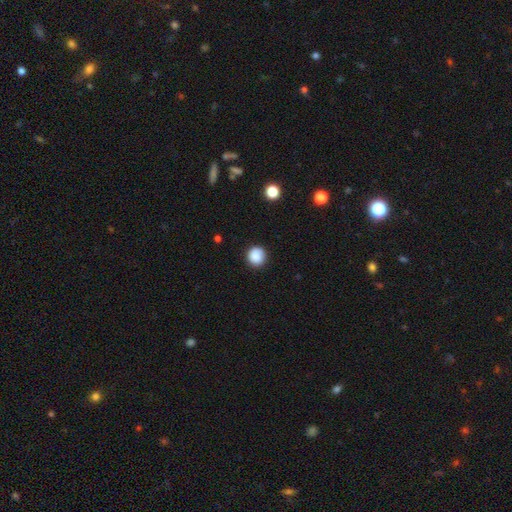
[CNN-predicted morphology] Q: Smooth or featured?
A: smooth (88%); runner-up: star or artifact (9%)
Q: How rounded?
A: round (94%); runner-up: in between (5%)
Q: Merging?
A: none (89%); runner-up: minor disturbance (8%)